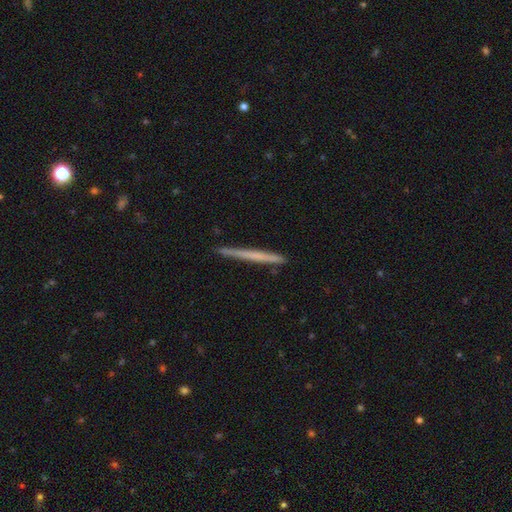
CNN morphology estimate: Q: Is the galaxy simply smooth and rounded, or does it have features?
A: smooth — 50%.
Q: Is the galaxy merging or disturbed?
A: none — 90%.